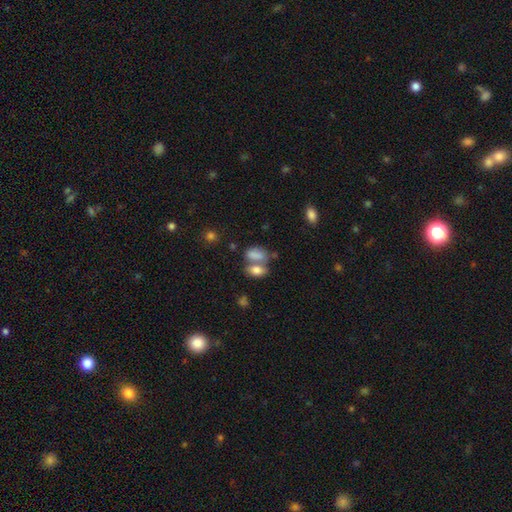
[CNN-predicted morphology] type=smooth (79%); roundness=in between (86%); merging=merger (51%).